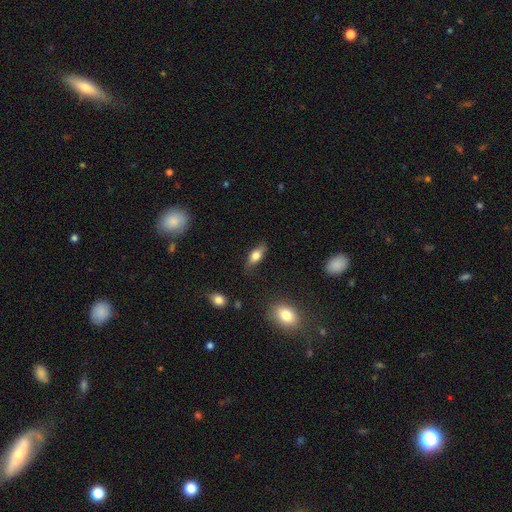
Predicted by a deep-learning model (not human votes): Smooth or featured? Predicted: smooth (p=0.72). How rounded? Predicted: in between (p=0.79). Merging? Predicted: none (p=0.77).